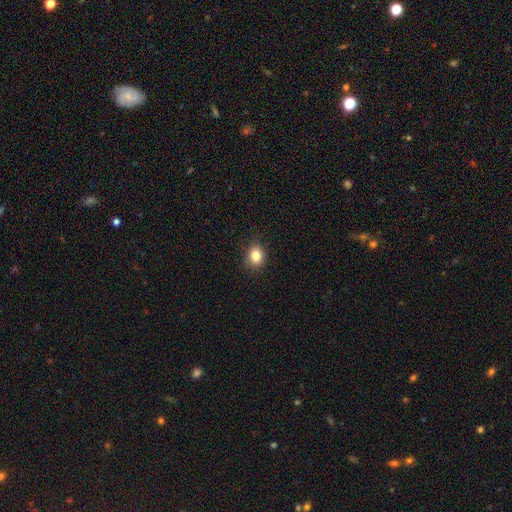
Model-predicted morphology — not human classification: Smooth or featured? smooth (84%)
How rounded? round (54%)
Merging? none (87%)